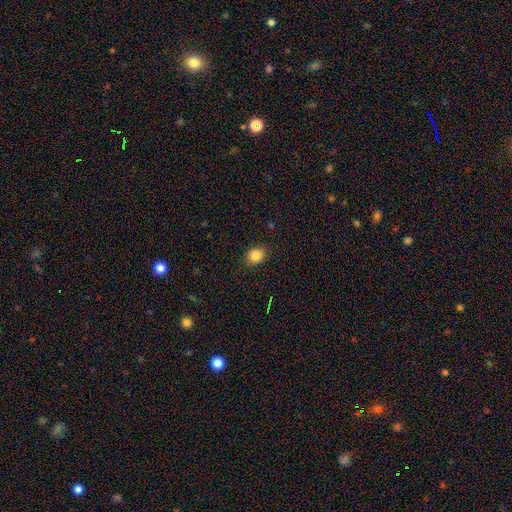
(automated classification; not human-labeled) smooth_or_featured: smooth (p=0.85) [alt: star or artifact p=0.10]
how_rounded: round (p=0.57) [alt: in between p=0.42]
merging: none (p=0.87) [alt: minor disturbance p=0.10]